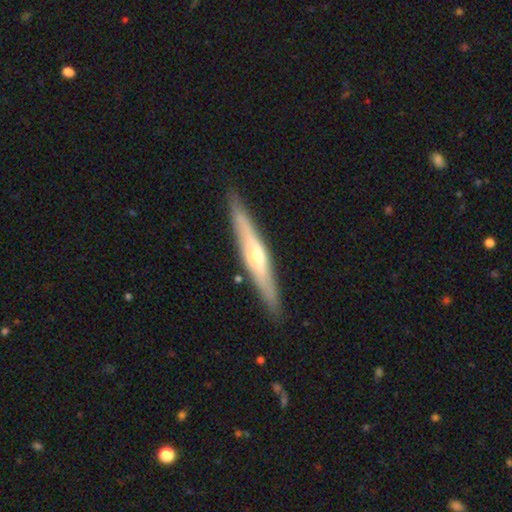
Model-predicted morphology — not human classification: Q: Smooth or featured?
A: featured or disk (65%); runner-up: smooth (29%)
Q: Edge-on disk?
A: yes (93%); runner-up: no (7%)
Q: Edge-on bulge?
A: rounded (80%); runner-up: none (14%)
Q: Merging?
A: none (90%); runner-up: minor disturbance (8%)